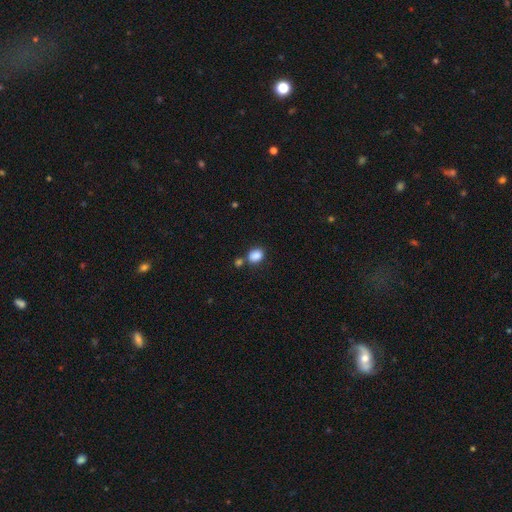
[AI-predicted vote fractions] Smooth or featured?
  - smooth: 86% *
  - star or artifact: 10%
  - featured or disk: 4%
How rounded?
  - in between: 60% *
  - round: 39%
  - cigar-shaped: 1%
Merging?
  - none: 60% *
  - merger: 22%
  - minor disturbance: 14%
  - major disturbance: 4%